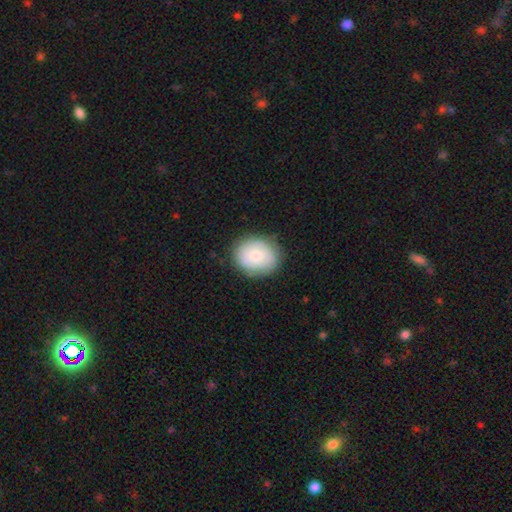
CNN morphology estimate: Overall: smooth (73%). How rounded: round (65%; in between 35%). Merging: none (82%).